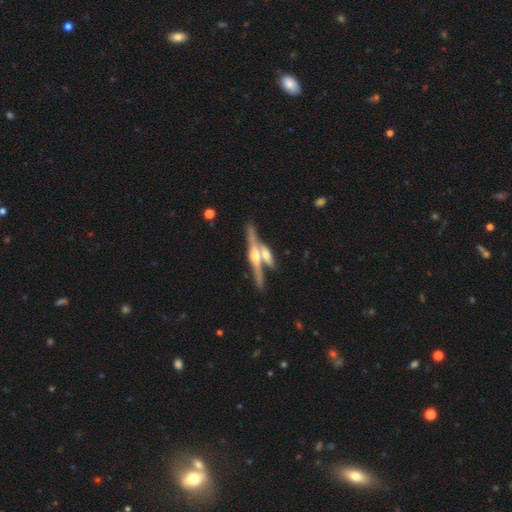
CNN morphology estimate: Smooth or featured? featured or disk (78%)
Edge-on disk? yes (96%)
Edge-on bulge? rounded (89%)
Merging? none (55%)